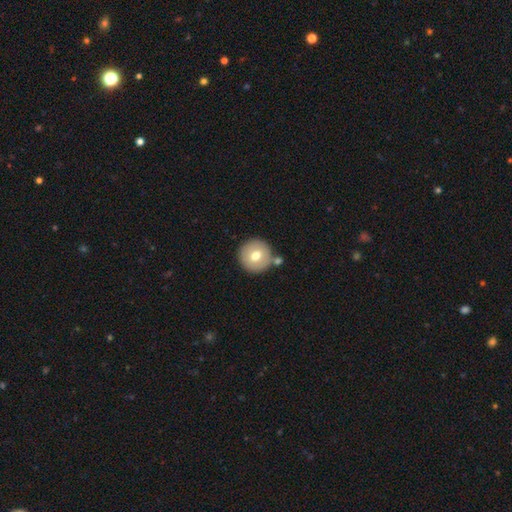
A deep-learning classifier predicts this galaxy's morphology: Smooth or featured? Predicted: smooth (p=0.72). How rounded? Predicted: round (p=0.95). Merging? Predicted: none (p=0.77).